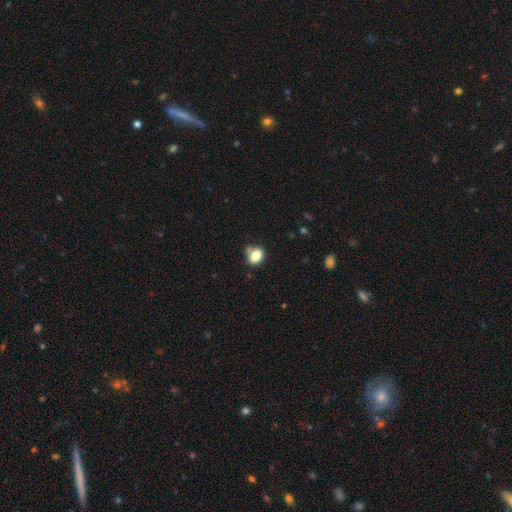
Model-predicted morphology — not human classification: This is likely a smooth galaxy (80%). How rounded: likely in between (61%). Merging: possibly none (54%).